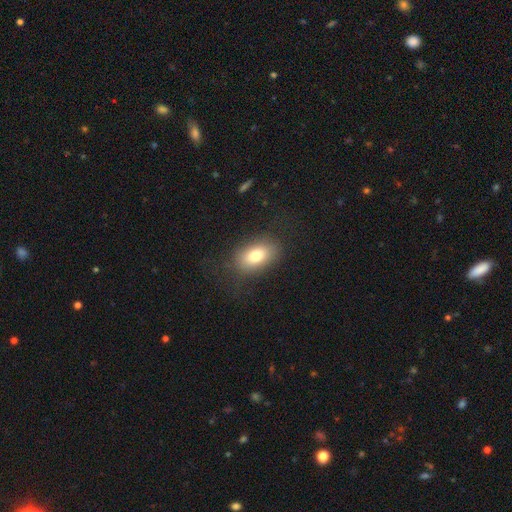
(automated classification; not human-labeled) This appears to be a smooth galaxy with no disk features (79%) that is in between round and cigar-shaped (88%). Merging: none (79%).